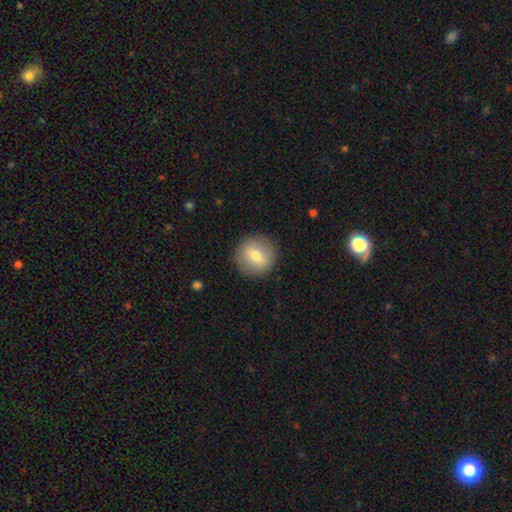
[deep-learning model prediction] smooth-or-featured: smooth: 70% | featured or disk: 22% | star or artifact: 7%
  how-rounded: round: 91% | in between: 8% | cigar-shaped: 1%
  merging: none: 89% | minor disturbance: 8% | major disturbance: 3% | merger: 1%